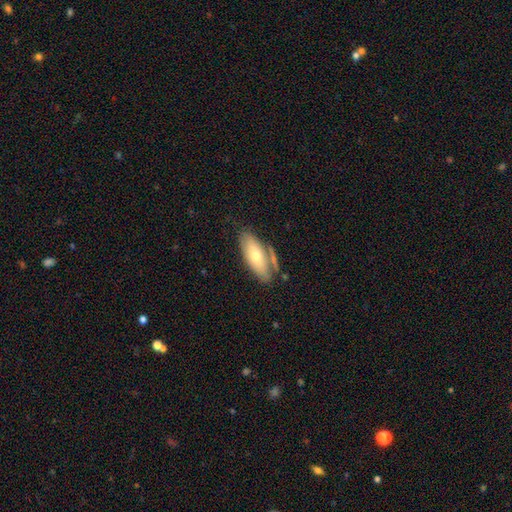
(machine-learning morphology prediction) The model was most divided on "smooth or featured": smooth: 65%, featured or disk: 29%, star or artifact: 6%. More confident: how rounded — in between (79%); merging — none (62%).